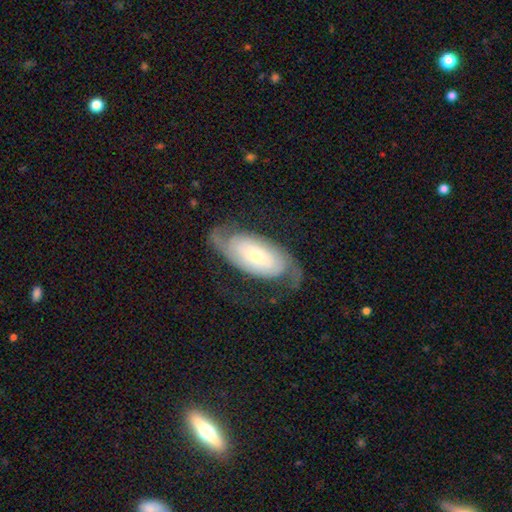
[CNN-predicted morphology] A featured or disk galaxy (75%) with no bar (60%), 2 (81%) medium (37%) spiral arms (91%) and a small central bulge (60%).

Vote fractions:
- Smooth or featured? featured or disk: 75% / smooth: 20% / star or artifact: 6%
- Edge-on disk? no: 93% / yes: 7%
- Bar? no: 60% / weak: 26% / strong: 14%
- Spiral arms? yes: 91% / no: 9%
- Spiral winding? medium: 37% / tight: 34% / loose: 29%
- Spiral arm count? 2: 81% / can't tell: 11% / 1: 3% / 3: 2% / 4: 1% / more than 4: 1%
- Bulge size? small: 60% / moderate: 32% / large: 4% / dominant: 2% / none: 1%
- Merging? none: 62% / minor disturbance: 19% / major disturbance: 17% / merger: 1%